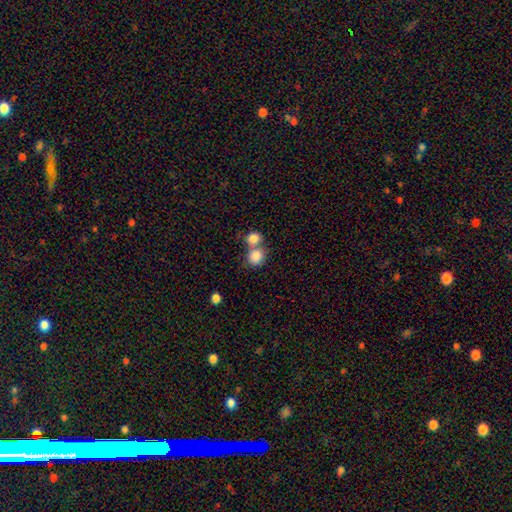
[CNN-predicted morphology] smooth_or_featured: smooth (p=0.84) [alt: star or artifact p=0.09]
how_rounded: round (p=0.75) [alt: in between p=0.24]
merging: merger (p=0.54) [alt: none p=0.36]